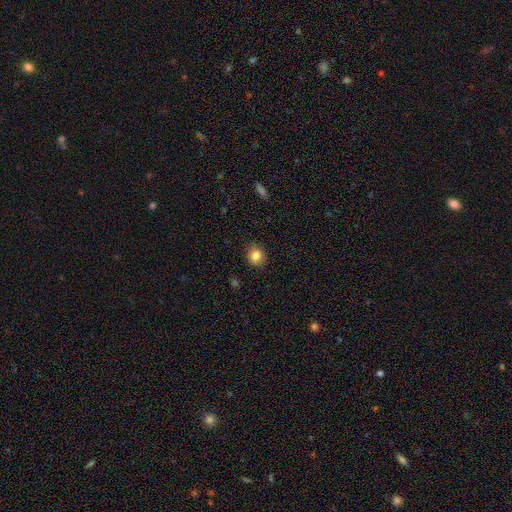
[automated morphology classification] smooth-or-featured: smooth: 84% | star or artifact: 10% | featured or disk: 6%
  how-rounded: round: 79% | in between: 20% | cigar-shaped: 1%
  merging: none: 87% | minor disturbance: 10% | major disturbance: 2% | merger: 1%